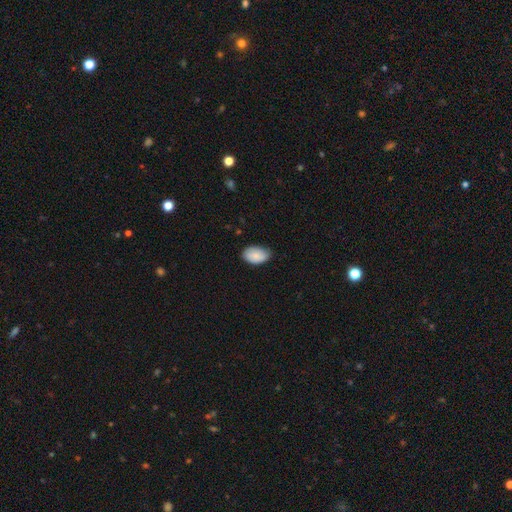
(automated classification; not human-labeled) This appears to be a smooth galaxy with no disk features (84%) that is in between round and cigar-shaped (92%). Merging: none (70%).